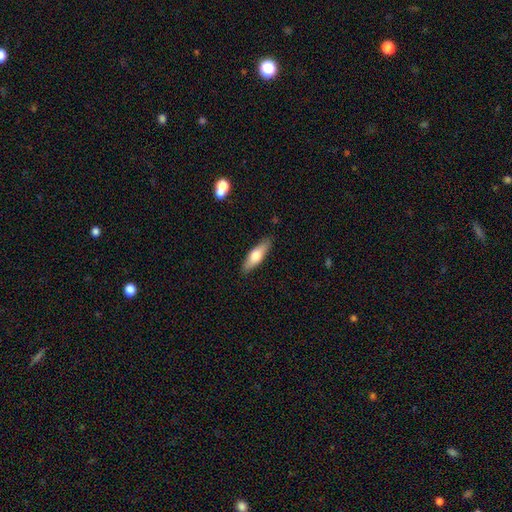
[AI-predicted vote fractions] The model was most divided on "how rounded": cigar-shaped: 54%, in between: 44%, round: 2%. More confident: merging — none (87%); smooth or featured — smooth (62%).